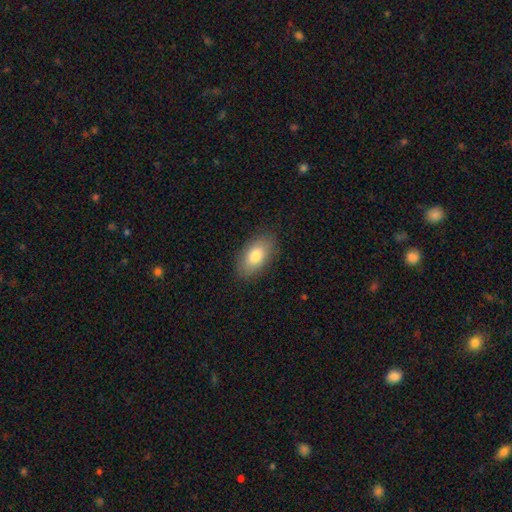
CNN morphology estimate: Smooth or featured?
  - smooth: 79% *
  - featured or disk: 14%
  - star or artifact: 7%
How rounded?
  - in between: 92% *
  - round: 5%
  - cigar-shaped: 3%
Merging?
  - none: 86% *
  - minor disturbance: 11%
  - major disturbance: 3%
  - merger: 1%